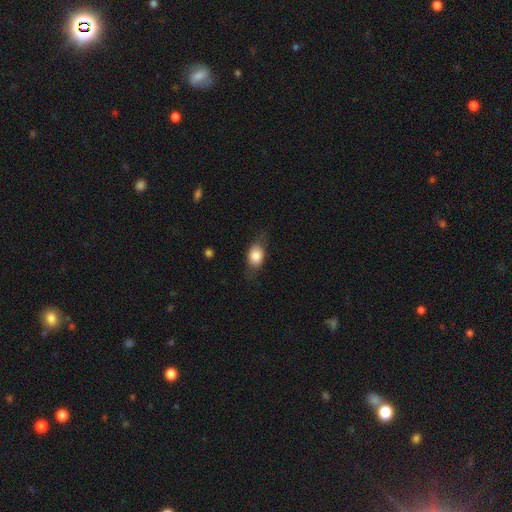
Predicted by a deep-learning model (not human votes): Q: Smooth or featured?
A: smooth (77%); runner-up: featured or disk (15%)
Q: How rounded?
A: in between (70%); runner-up: round (25%)
Q: Merging?
A: none (70%); runner-up: minor disturbance (21%)